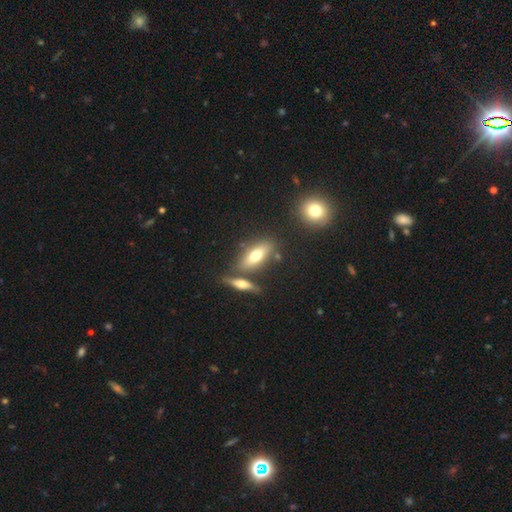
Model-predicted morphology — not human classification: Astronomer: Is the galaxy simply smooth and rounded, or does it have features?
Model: smooth — 63%.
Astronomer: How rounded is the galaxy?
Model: in between — 70%.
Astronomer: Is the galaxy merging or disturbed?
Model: none — 66%.